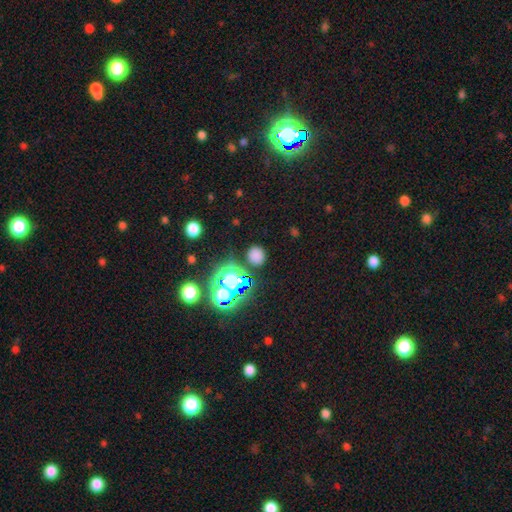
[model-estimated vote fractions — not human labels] This appears to be a smooth galaxy with no disk features (68%) that is round (81%). Merging: none (82%).